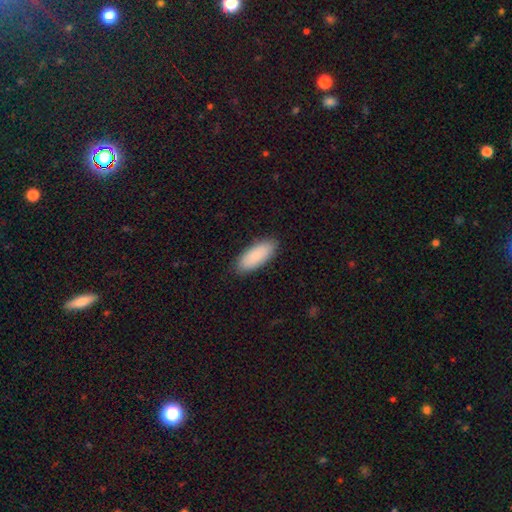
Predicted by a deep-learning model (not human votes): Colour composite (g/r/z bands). It shows a smooth galaxy with no disk features (87%) that is in between round and cigar-shaped (80%). Merging: none (88%).